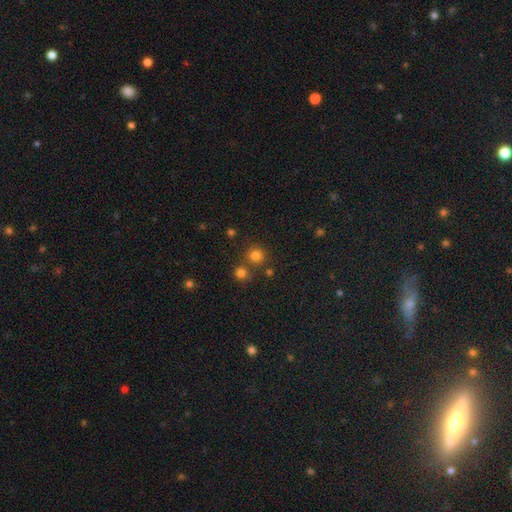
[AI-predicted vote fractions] smooth-or-featured: smooth: 78% | star or artifact: 16% | featured or disk: 6%
  how-rounded: round: 93% | in between: 6% | cigar-shaped: 1%
  merging: none: 75% | merger: 15% | minor disturbance: 7% | major disturbance: 3%